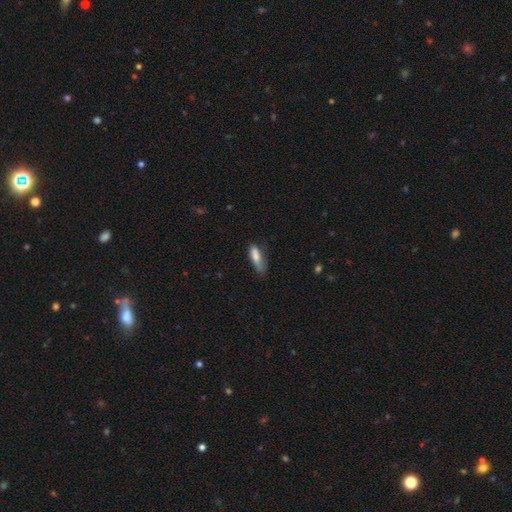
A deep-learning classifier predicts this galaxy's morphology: A smooth galaxy with no disk features (75%) that is cigar-shaped (52%). Merging: none (49%).